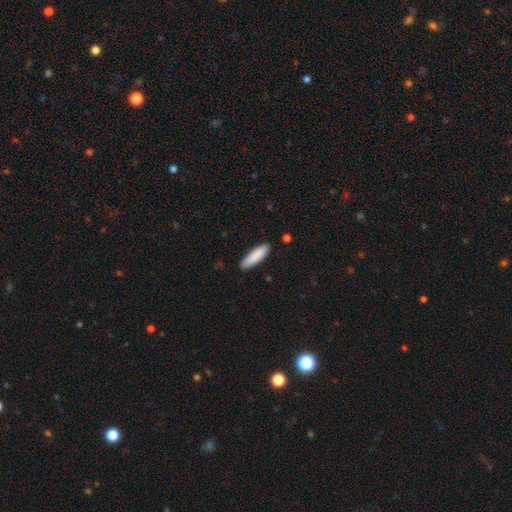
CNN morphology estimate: Smooth or featured? Predicted: smooth (p=0.88). How rounded? Predicted: cigar-shaped (p=0.61). Merging? Predicted: none (p=0.87).